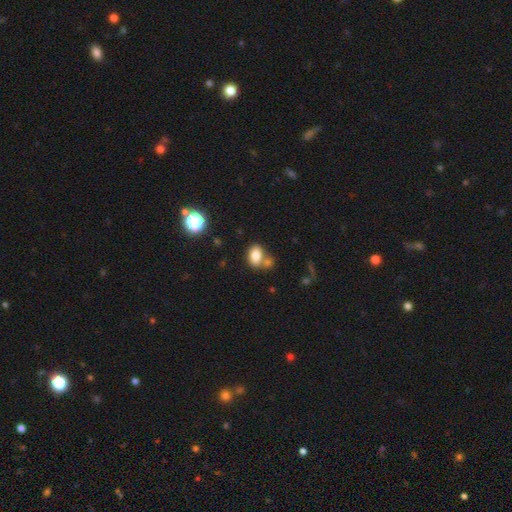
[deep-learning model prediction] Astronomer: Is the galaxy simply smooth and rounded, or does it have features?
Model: smooth — 82%.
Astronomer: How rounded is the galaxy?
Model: in between — 82%.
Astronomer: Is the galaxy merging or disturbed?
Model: none — 56%.